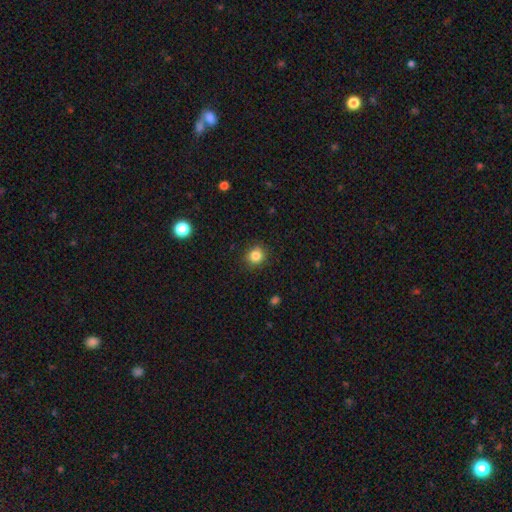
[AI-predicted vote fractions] Overall: smooth (84%). How rounded: round (83%). Merging: none (89%).